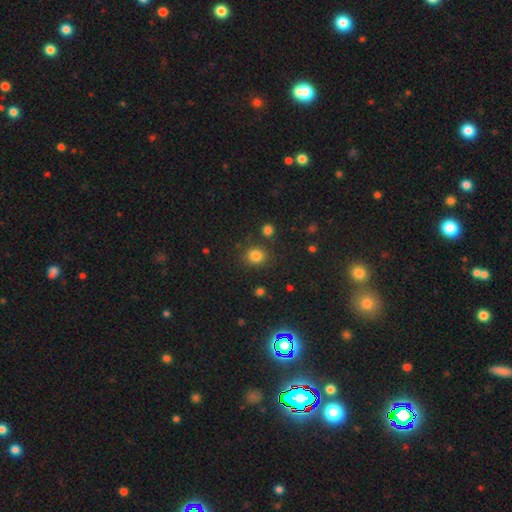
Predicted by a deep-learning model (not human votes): Smooth or featured: smooth — 81% (star or artifact — 14%)
How rounded: round — 79% (in between — 20%)
Merging: none — 82% (minor disturbance — 9%)